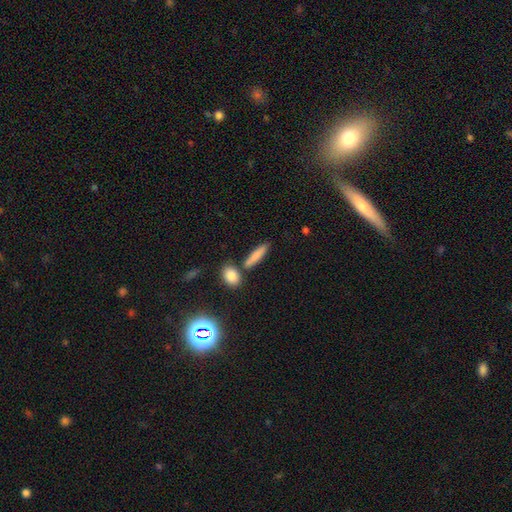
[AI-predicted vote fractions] Smooth or featured: smooth — 81% (featured or disk — 11%)
How rounded: cigar-shaped — 71% (in between — 25%)
Merging: none — 74% (merger — 11%)